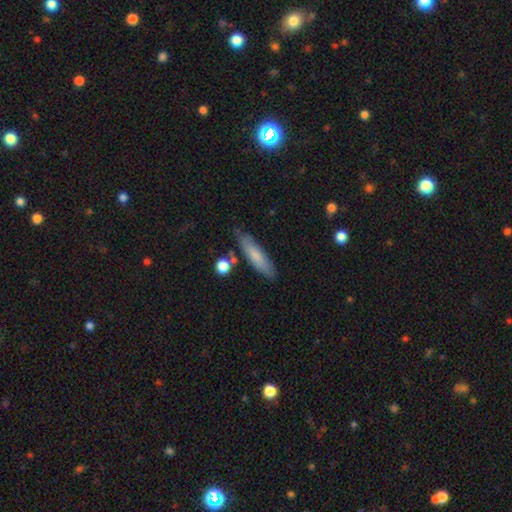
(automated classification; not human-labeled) Overall: smooth (73%). How rounded: cigar-shaped (69%). Merging: none (79%).